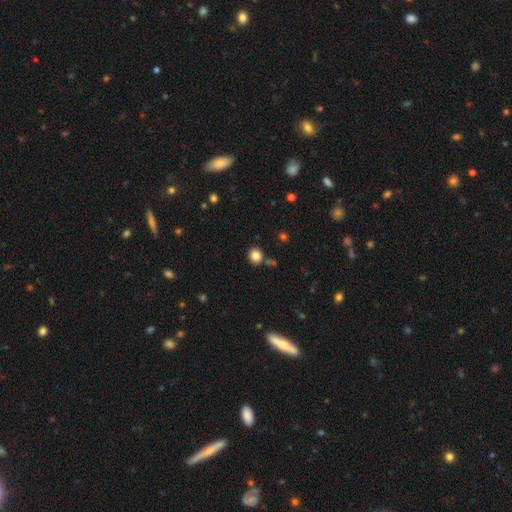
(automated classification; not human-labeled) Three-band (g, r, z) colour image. It shows a smooth galaxy with no disk features (83%) that is round (84%). Merging: none (79%).